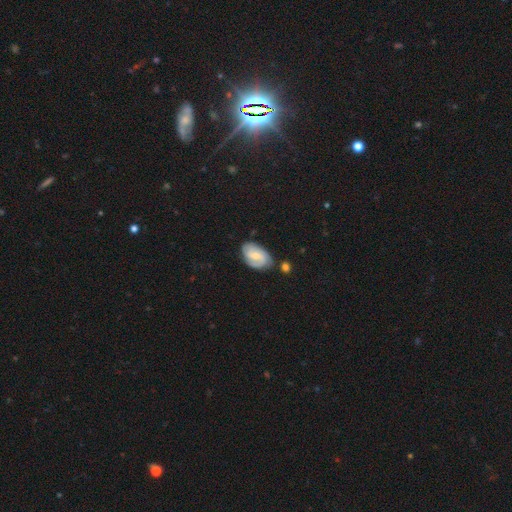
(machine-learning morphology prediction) type=featured or disk (68%); edge-on=no (97%); bar=weak (54%); spiral arms=yes (93%); winding=tight (49%); arm count=2 (55%); bulge=small (46%); merging=none (69%).